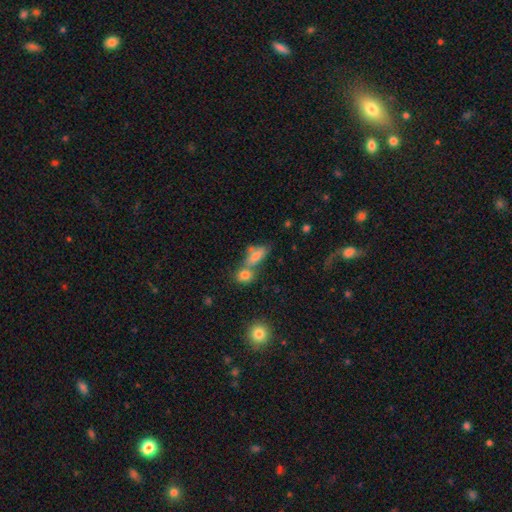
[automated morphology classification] smooth 72%, featured or disk 16%, star or artifact 12%. Down the decision tree: how rounded — in between (73%); merging — merger (45%).